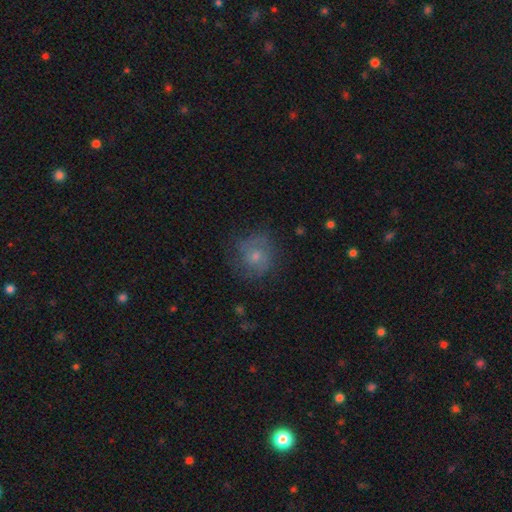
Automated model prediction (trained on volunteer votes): Smooth or featured? smooth (51%)
How rounded? round (83%)
Merging? none (66%)